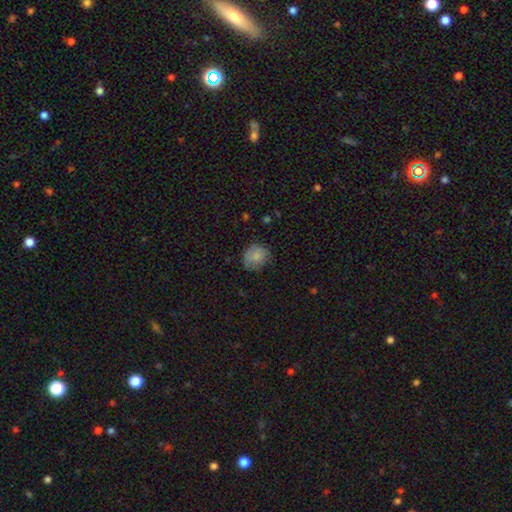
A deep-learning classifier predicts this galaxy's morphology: Smooth or featured?
  - smooth: 83% *
  - star or artifact: 9%
  - featured or disk: 8%
How rounded?
  - round: 76% *
  - in between: 24%
  - cigar-shaped: 1%
Merging?
  - none: 71% *
  - minor disturbance: 23%
  - major disturbance: 5%
  - merger: 1%